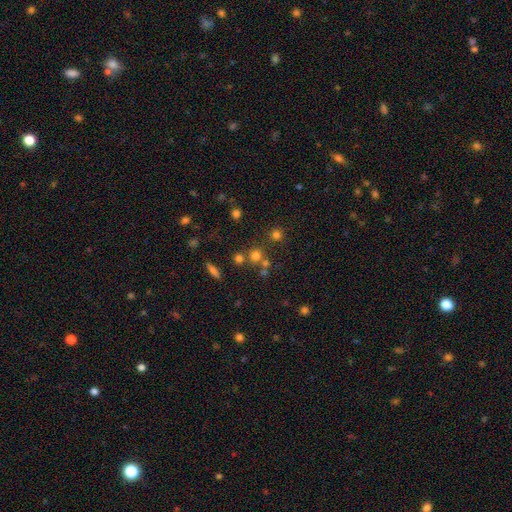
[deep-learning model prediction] Q: Smooth or featured?
A: smooth (66%); runner-up: star or artifact (23%)
Q: How rounded?
A: round (90%); runner-up: in between (9%)
Q: Merging?
A: none (65%); runner-up: merger (23%)